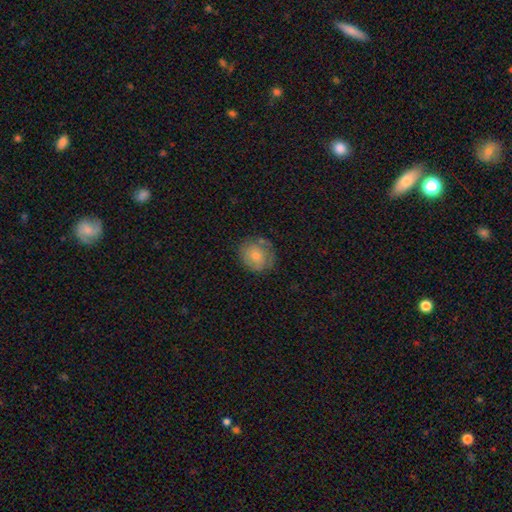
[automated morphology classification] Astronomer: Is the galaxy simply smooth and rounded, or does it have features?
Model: smooth — 58% (runner-up: featured or disk, 33%).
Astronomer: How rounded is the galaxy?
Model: round — 82%.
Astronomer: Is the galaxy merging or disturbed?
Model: none — 71%.